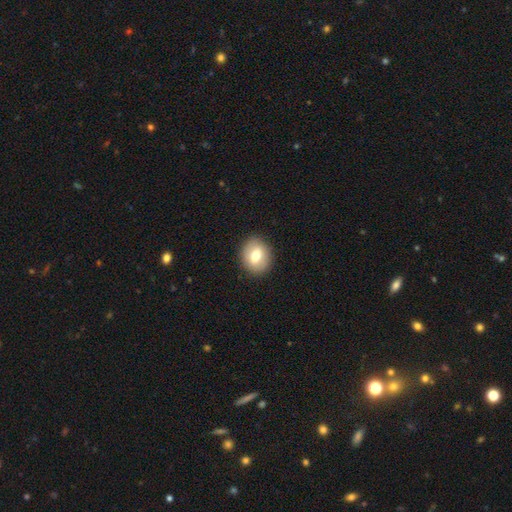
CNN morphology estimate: This is likely a smooth galaxy (72%). How rounded: possibly round (55%). Merging: clearly none (89%).